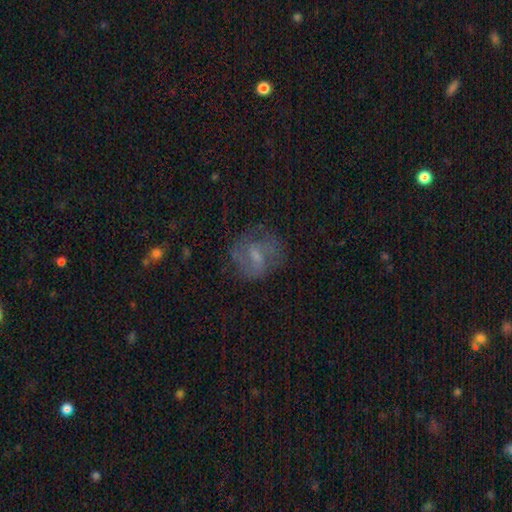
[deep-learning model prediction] This is possibly a featured or disk galaxy (55%). It is clearly not viewed edge-on (96%). Bar: possibly weak (52%). Spiral arm pattern: likely yes (72%). Central bulge: possibly small (48%). Merging: likely none (62%).